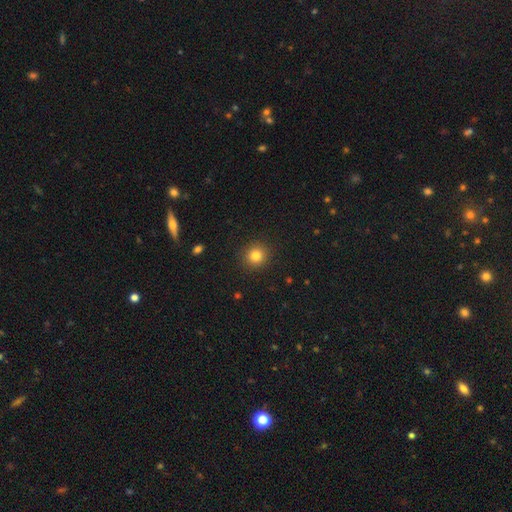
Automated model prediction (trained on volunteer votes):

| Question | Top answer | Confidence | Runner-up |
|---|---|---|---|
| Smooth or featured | smooth | 81% | star or artifact (12%) |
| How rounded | round | 91% | in between (8%) |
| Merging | none | 91% | minor disturbance (6%) |